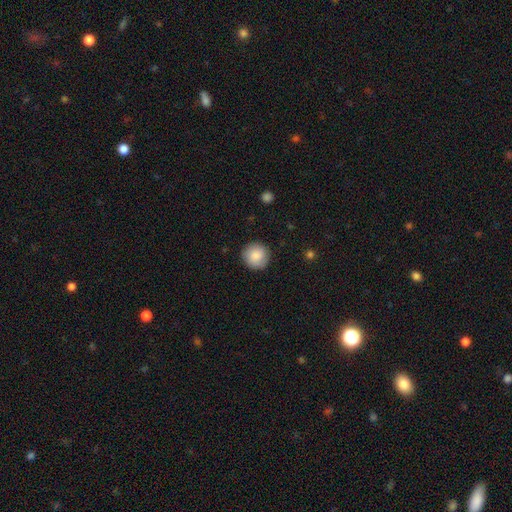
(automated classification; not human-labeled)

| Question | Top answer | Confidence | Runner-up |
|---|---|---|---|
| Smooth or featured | smooth | 85% | featured or disk (8%) |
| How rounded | round | 94% | in between (5%) |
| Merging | none | 89% | minor disturbance (8%) |